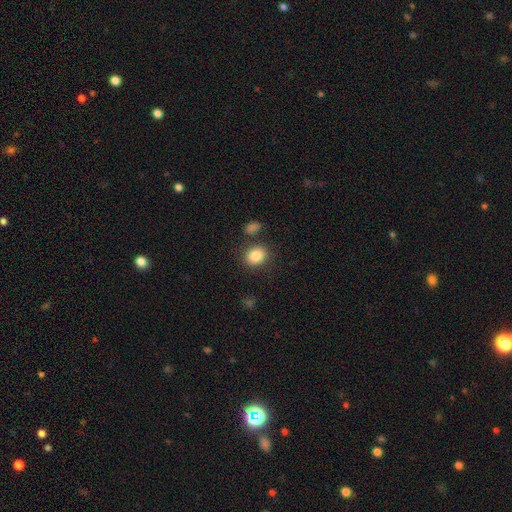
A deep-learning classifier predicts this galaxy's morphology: Smooth or featured? smooth (86%)
How rounded? round (59%)
Merging? none (79%)